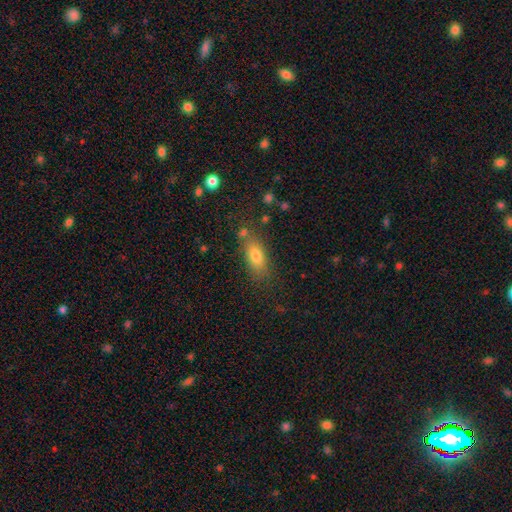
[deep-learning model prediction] Smooth or featured? Predicted: smooth (p=0.77). How rounded? Predicted: in between (p=0.79). Merging? Predicted: none (p=0.72).